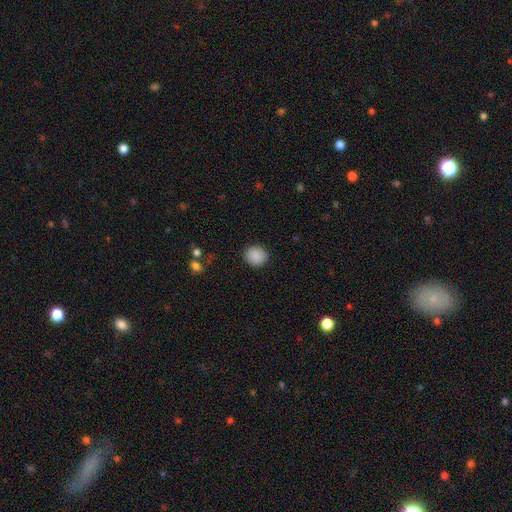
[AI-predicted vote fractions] smooth-or-featured: smooth: 89% | star or artifact: 8% | featured or disk: 4%
  how-rounded: round: 91% | in between: 8% | cigar-shaped: 1%
  merging: none: 91% | minor disturbance: 6% | major disturbance: 2% | merger: 1%